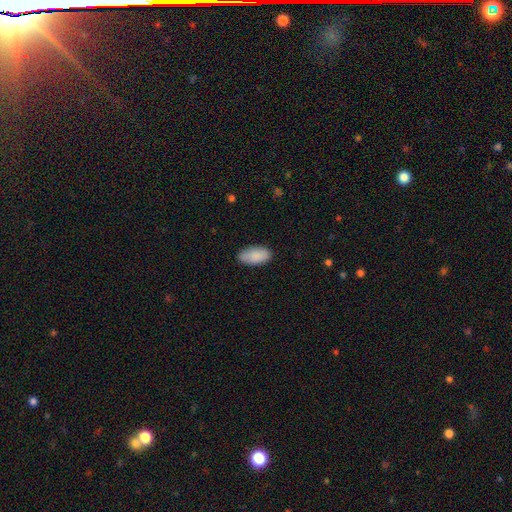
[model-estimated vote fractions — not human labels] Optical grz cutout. It shows a smooth galaxy with no disk features (88%) that is in between round and cigar-shaped (94%). Merging: none (82%).